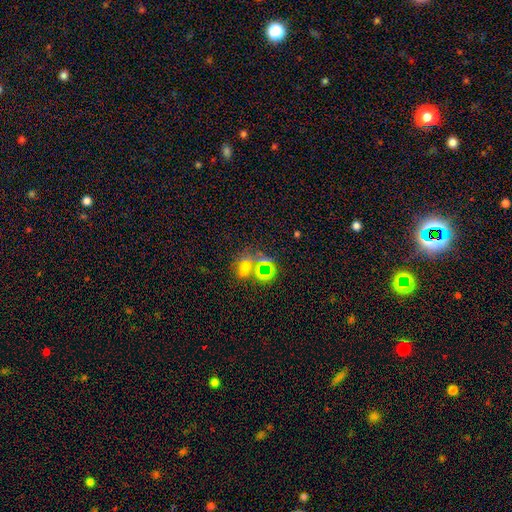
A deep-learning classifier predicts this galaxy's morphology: smooth_or_featured: featured or disk (p=0.38) [alt: smooth p=0.34]
merging: merger (p=0.45) [alt: none p=0.34]